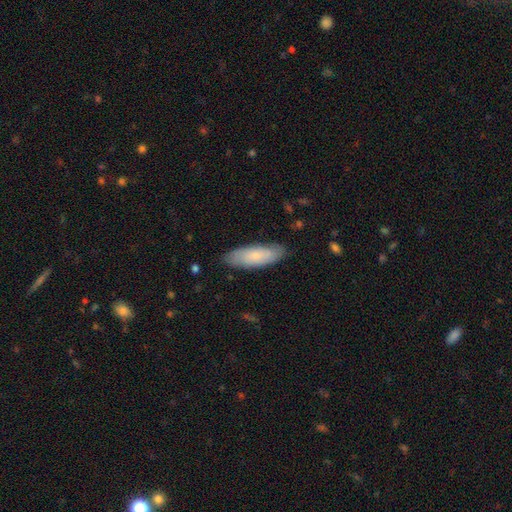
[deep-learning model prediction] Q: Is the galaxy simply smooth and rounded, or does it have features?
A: smooth — 72%.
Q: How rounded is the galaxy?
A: in between — 59%.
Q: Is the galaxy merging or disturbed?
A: none — 83%.